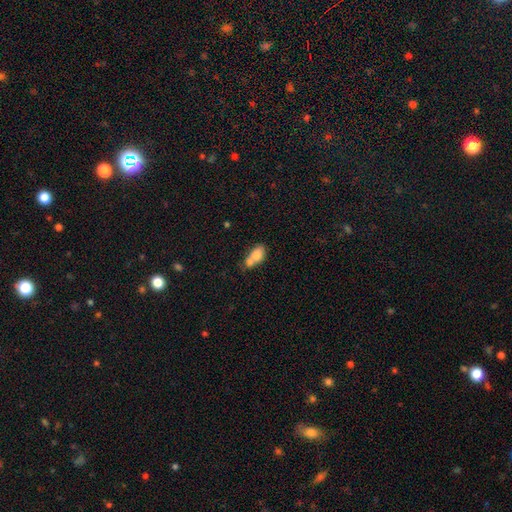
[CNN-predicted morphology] The model was most divided on "merging": merger: 54%, none: 28%, minor disturbance: 12%, major disturbance: 5%. More confident: how rounded — in between (82%); smooth or featured — smooth (75%).